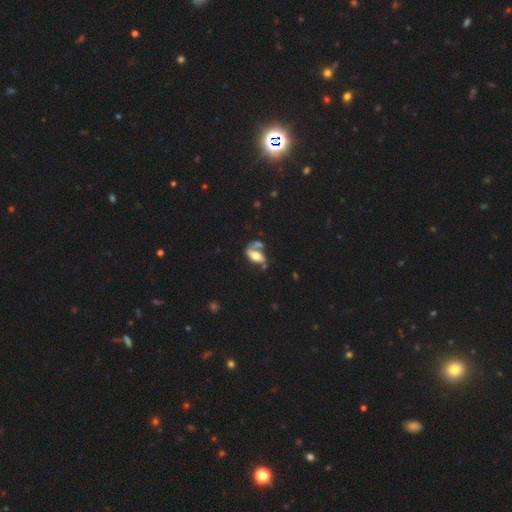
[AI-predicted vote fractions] smooth_or_featured: smooth (p=0.46) [tied with: featured or disk p=0.46]
merging: merger (p=0.32) [alt: none p=0.29]